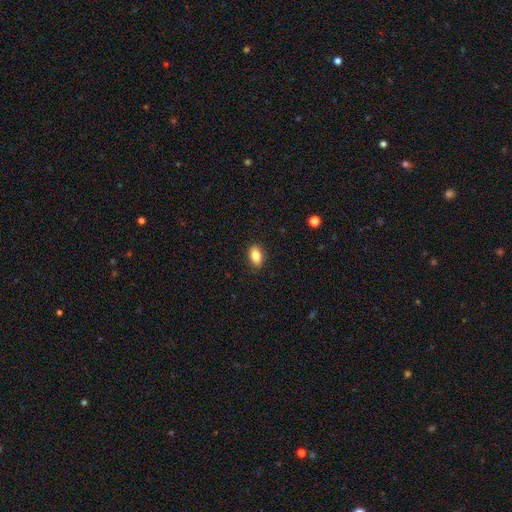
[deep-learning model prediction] Morphology: type=smooth (84%); roundness=in between (88%); merging=none (88%).